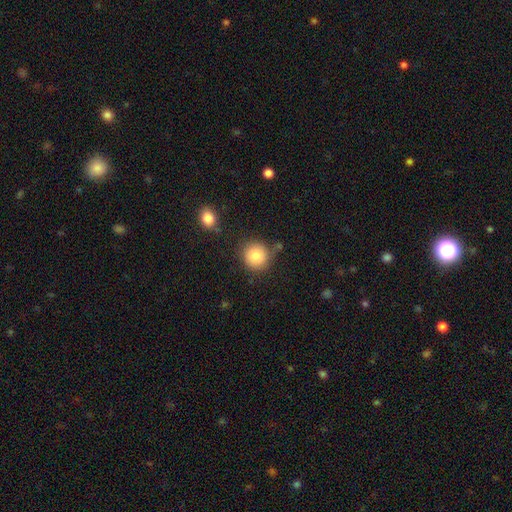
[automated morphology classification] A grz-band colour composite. It shows a smooth galaxy with no disk features (84%) that is round (92%). Merging: none (78%).